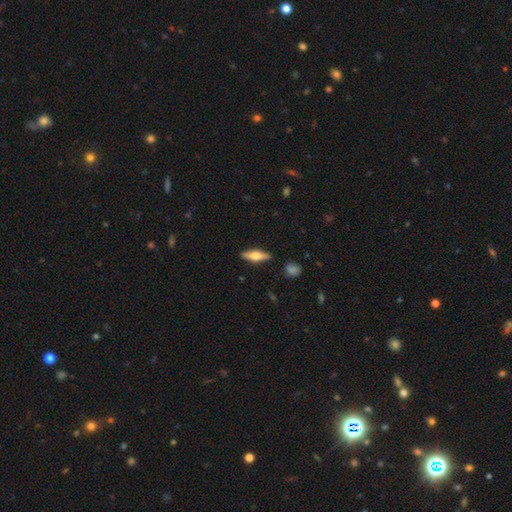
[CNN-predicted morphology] The model was most divided on "smooth or featured": featured or disk: 50%, smooth: 44%, star or artifact: 6%. More confident: merging — none (88%).